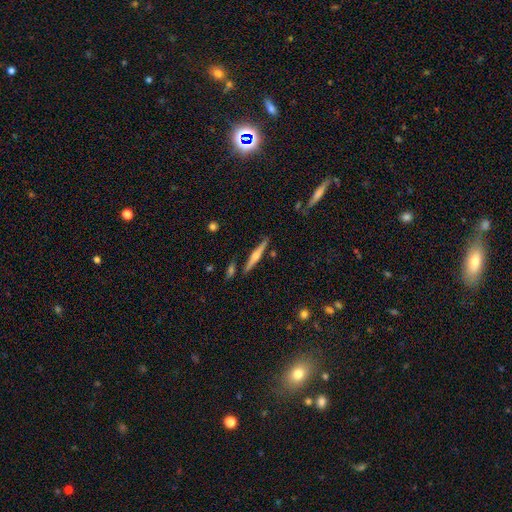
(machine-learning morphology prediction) smooth-or-featured: featured or disk: 59% | smooth: 35% | star or artifact: 6%
  disk-edge-on: yes: 97% | no: 3%
    edge-on-bulge: rounded: 72% | boxy: 15% | none: 13%
  merging: none: 86% | minor disturbance: 9% | merger: 4% | major disturbance: 2%